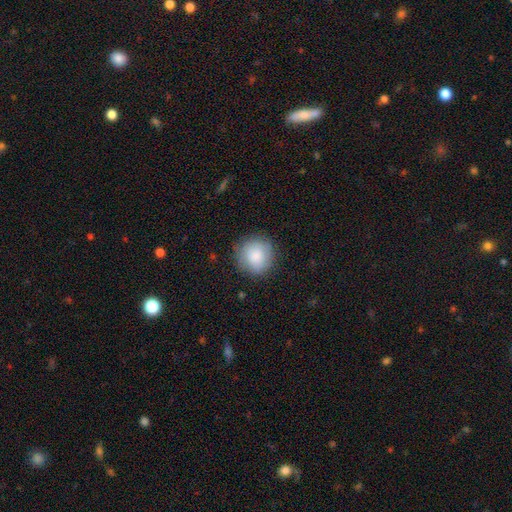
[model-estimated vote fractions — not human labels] Smooth or featured? Predicted: smooth (p=0.84). How rounded? Predicted: round (p=0.93). Merging? Predicted: none (p=0.85).